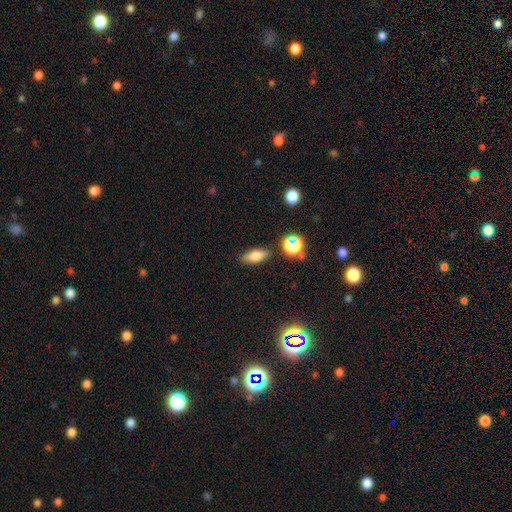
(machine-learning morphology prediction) A smooth galaxy with no disk features (72%) that is in between round and cigar-shaped (69%).

Vote fractions:
- Smooth or featured? smooth: 72% / featured or disk: 16% / star or artifact: 11%
- How rounded? in between: 69% / cigar-shaped: 24% / round: 7%
- Merging? none: 82% / minor disturbance: 11% / merger: 4% / major disturbance: 3%